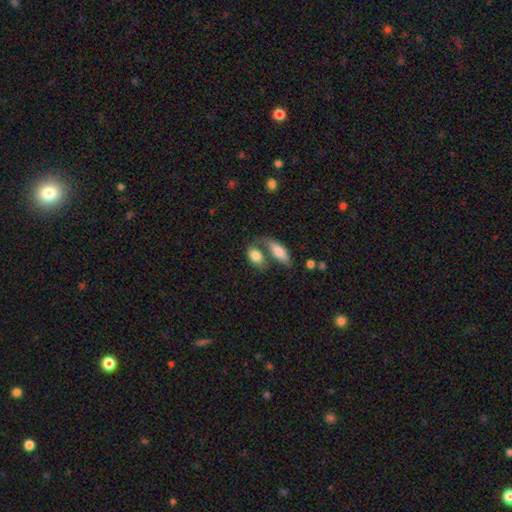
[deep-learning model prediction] Morphology: type=smooth (81%); roundness=in between (83%); merging=merger (47%).